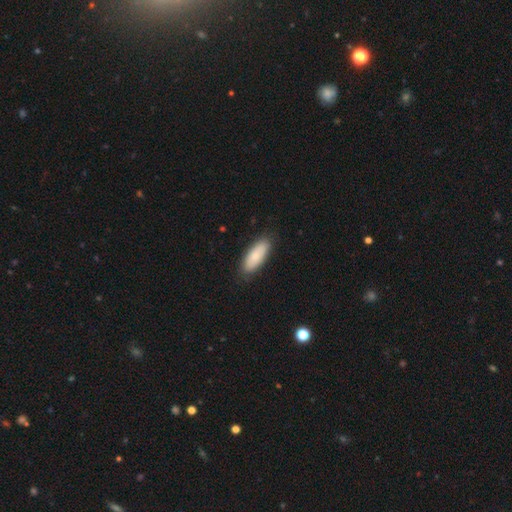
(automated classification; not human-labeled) smooth_or_featured: smooth (p=0.81) [alt: featured or disk p=0.14]
how_rounded: in between (p=0.75) [alt: cigar-shaped p=0.23]
merging: none (p=0.85) [alt: minor disturbance p=0.12]